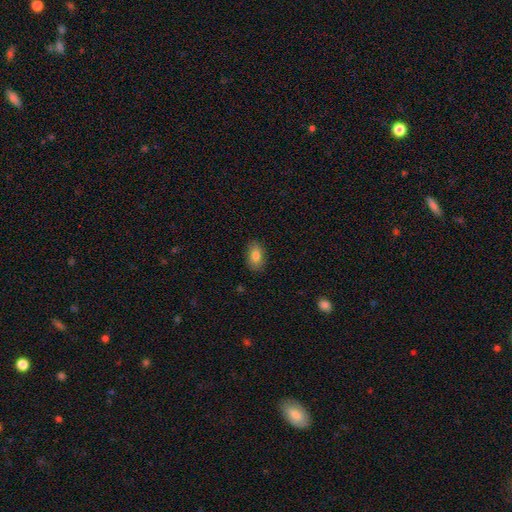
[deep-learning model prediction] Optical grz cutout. It shows a smooth galaxy with no disk features (80%) that is in between round and cigar-shaped (87%). Merging: none (85%).